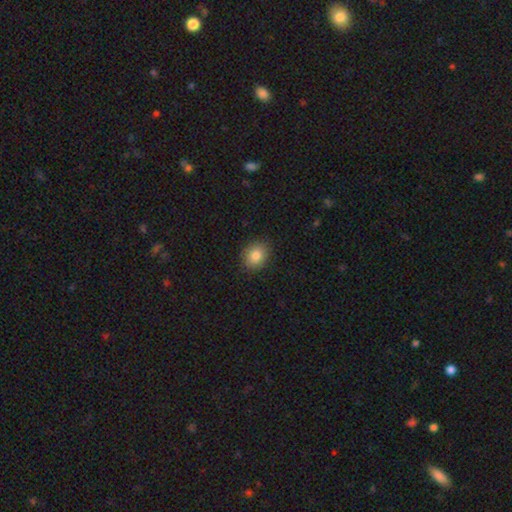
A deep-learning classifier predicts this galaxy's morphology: This appears to be a smooth galaxy with no disk features (84%) that is round (55%). Merging: none (88%).